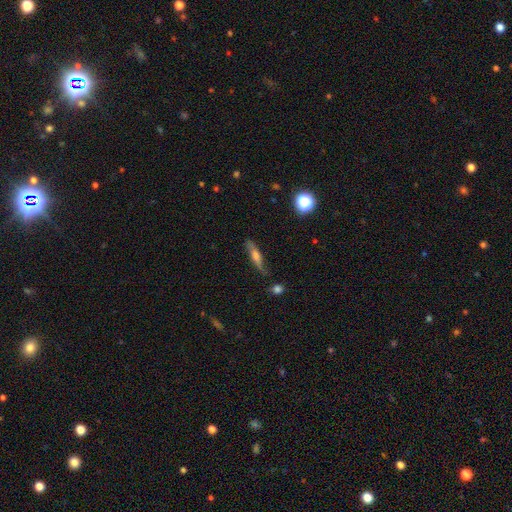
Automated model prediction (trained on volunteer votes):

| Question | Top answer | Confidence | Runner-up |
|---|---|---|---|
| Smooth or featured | smooth | 49% | featured or disk (42%) |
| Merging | none | 72% | minor disturbance (20%) |